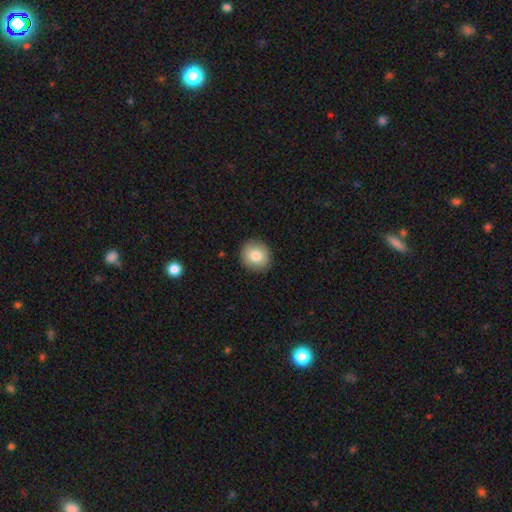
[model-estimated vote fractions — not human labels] A smooth galaxy with no disk features (82%) that is round (87%). Merging: none (91%).